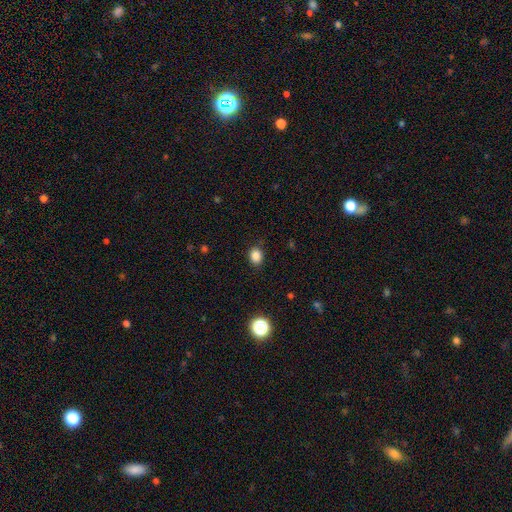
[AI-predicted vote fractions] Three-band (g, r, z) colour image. It shows a smooth galaxy with no disk features (85%) that is round (52%). Merging: none (85%).